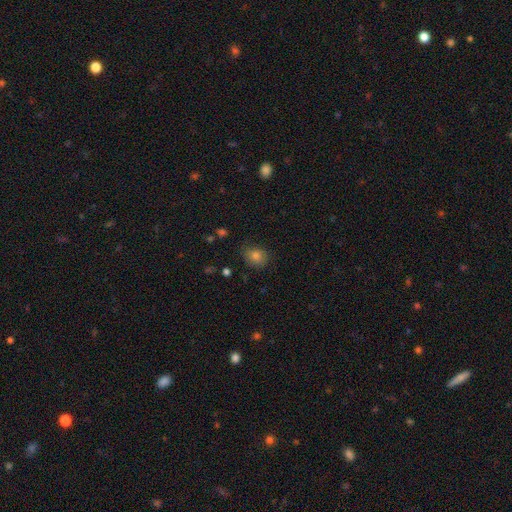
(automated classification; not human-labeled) Overall: smooth (78%). How rounded: round (59%; in between 40%). Merging: none (79%).